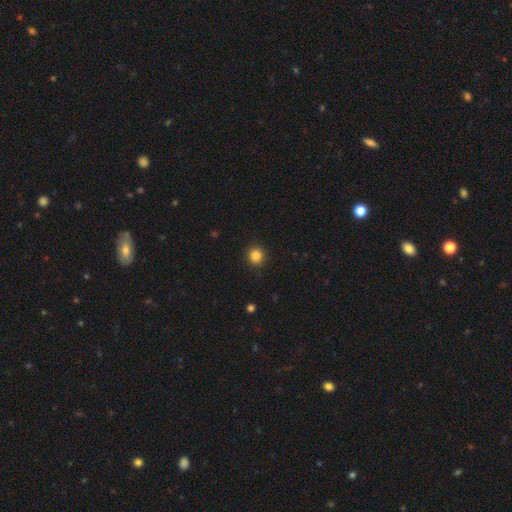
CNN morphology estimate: smooth-or-featured: smooth: 85% | star or artifact: 11% | featured or disk: 4%
  how-rounded: round: 93% | in between: 6% | cigar-shaped: 1%
  merging: none: 92% | minor disturbance: 5% | major disturbance: 2% | merger: 1%